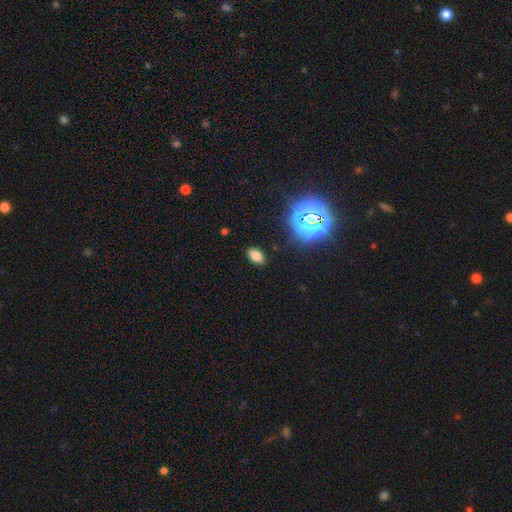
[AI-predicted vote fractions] Smooth or featured? Predicted: smooth (p=0.73). How rounded? Predicted: in between (p=0.89). Merging? Predicted: none (p=0.87).